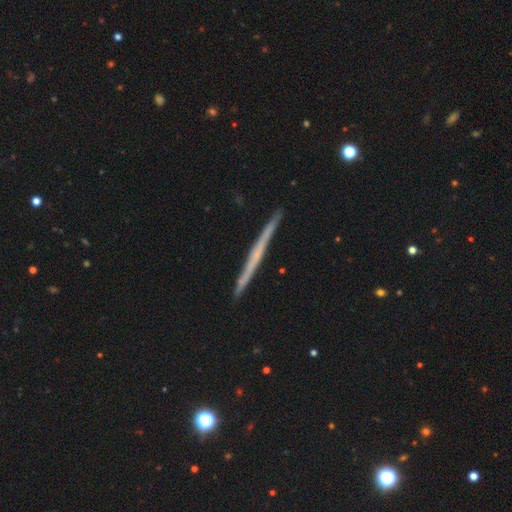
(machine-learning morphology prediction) featured or disk 65%, smooth 30%, star or artifact 6%. Down the decision tree: edge-on disk — yes (98%); edge-on bulge — none (85%); merging — none (91%).